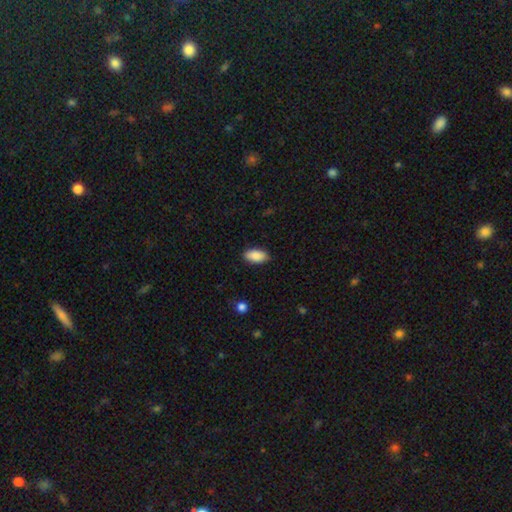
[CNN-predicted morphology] The model was most divided on "merging": none: 87%, minor disturbance: 10%, major disturbance: 2%, merger: 1%. More confident: how rounded — in between (92%); smooth or featured — smooth (87%).